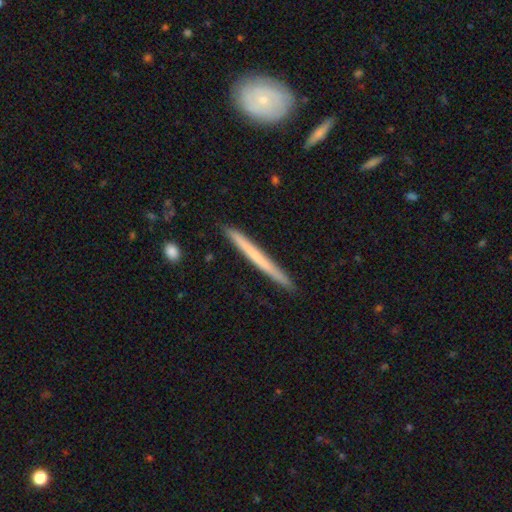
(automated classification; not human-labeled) Smooth or featured: smooth — 54% (featured or disk — 40%)
How rounded: cigar-shaped — 98% (in between — 1%)
Merging: none — 91% (minor disturbance — 6%)